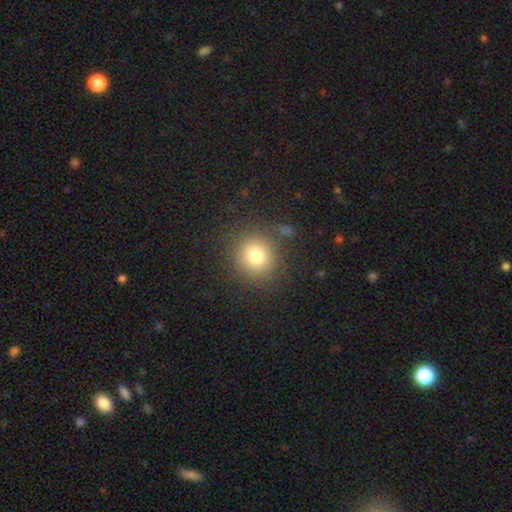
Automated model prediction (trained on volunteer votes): Morphology: type=smooth (78%); roundness=round (90%); merging=none (84%).